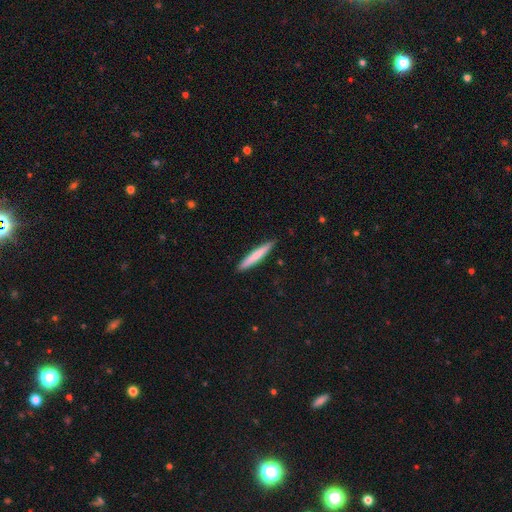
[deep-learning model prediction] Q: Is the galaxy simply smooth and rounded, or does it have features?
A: smooth — 71%.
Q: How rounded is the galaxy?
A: cigar-shaped — 95%.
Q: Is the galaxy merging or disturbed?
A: none — 90%.